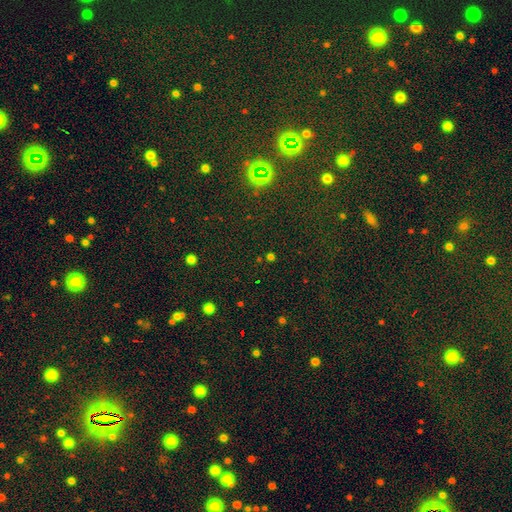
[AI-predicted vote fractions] Smooth or featured: star or artifact — 63% (smooth — 30%)